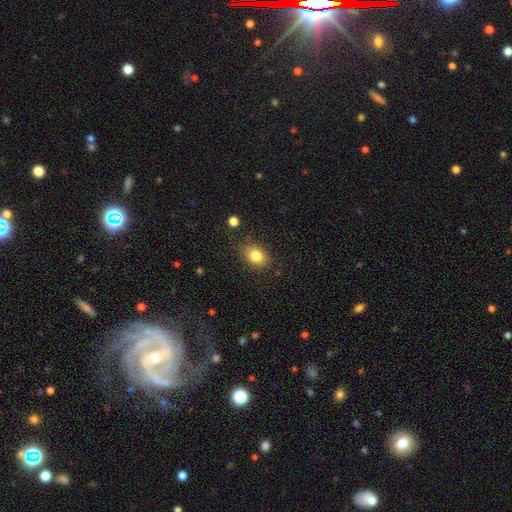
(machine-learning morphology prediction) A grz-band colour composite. It shows a smooth galaxy with no disk features (82%) that is in between round and cigar-shaped (57%). Merging: none (80%).